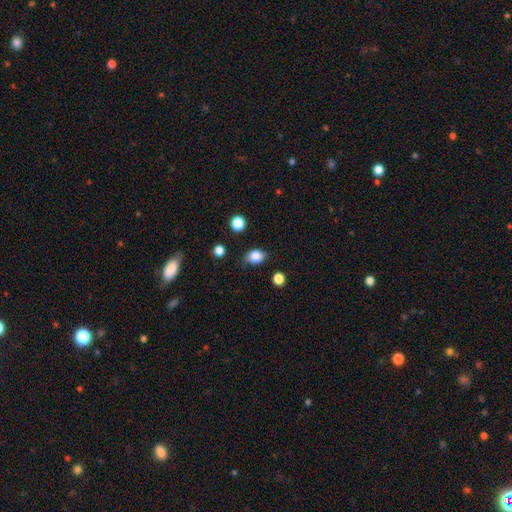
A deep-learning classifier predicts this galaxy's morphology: This appears to be a smooth galaxy with no disk features (83%) that is in between round and cigar-shaped (55%). Merging: none (75%).